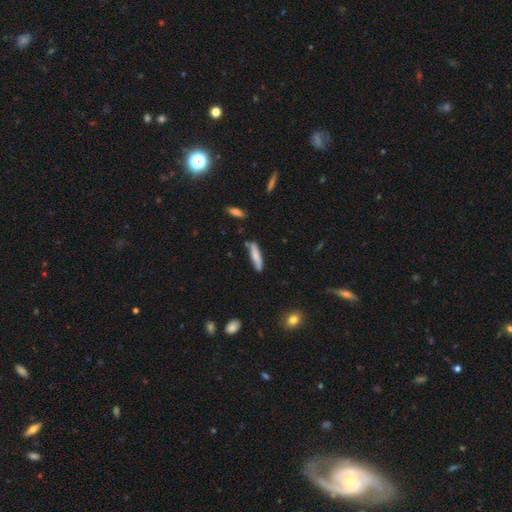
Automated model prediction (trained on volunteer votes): Smooth or featured? smooth (73%)
How rounded? cigar-shaped (86%)
Merging? none (77%)